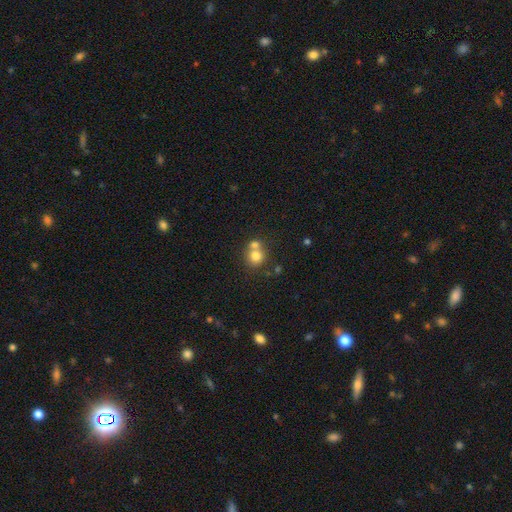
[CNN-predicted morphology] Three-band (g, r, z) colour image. It shows a smooth galaxy with no disk features (77%) that is round (85%). Merging: merger (49%).